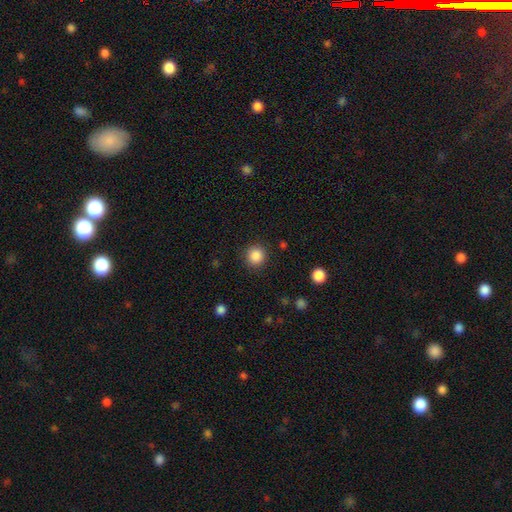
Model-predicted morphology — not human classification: The model was most divided on "smooth or featured": smooth: 87%, star or artifact: 10%, featured or disk: 3%. More confident: how rounded — round (93%); merging — none (90%).